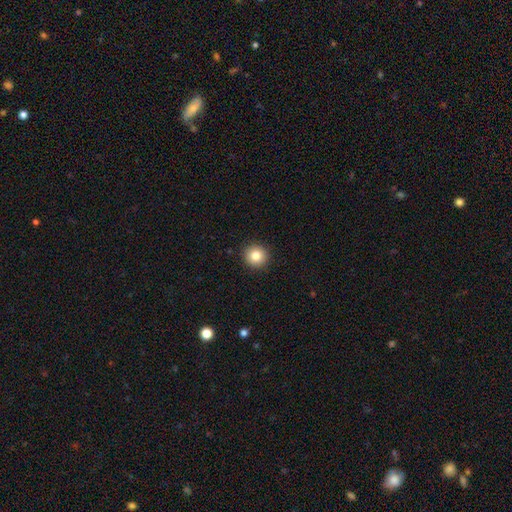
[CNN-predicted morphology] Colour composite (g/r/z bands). It shows a smooth galaxy with no disk features (83%) that is round (94%). Merging: none (93%).